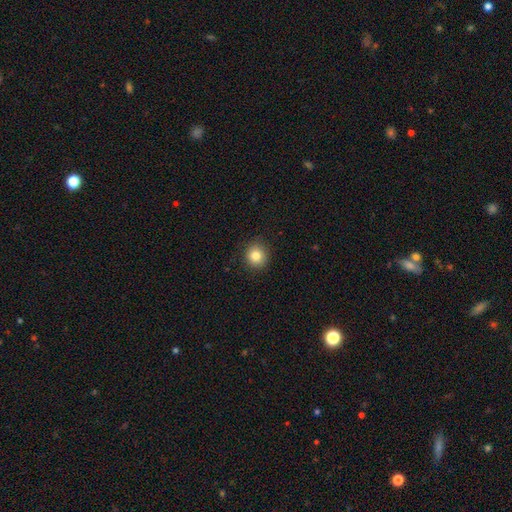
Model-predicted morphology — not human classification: Overall: smooth (83%). How rounded: round (90%). Merging: none (90%).